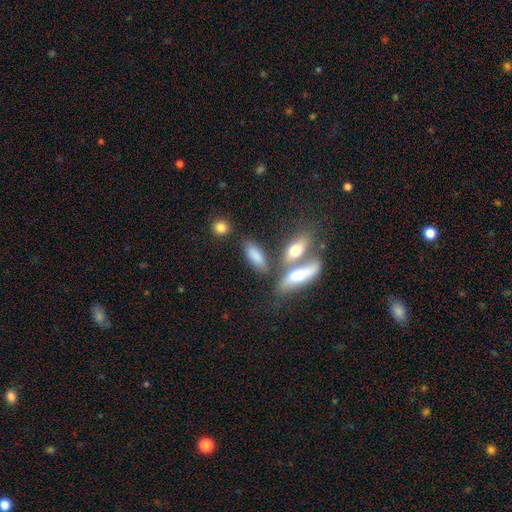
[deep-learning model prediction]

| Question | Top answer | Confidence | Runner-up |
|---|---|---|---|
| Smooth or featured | smooth | 77% | featured or disk (15%) |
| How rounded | in between | 66% | cigar-shaped (30%) |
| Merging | none | 52% | merger (28%) |